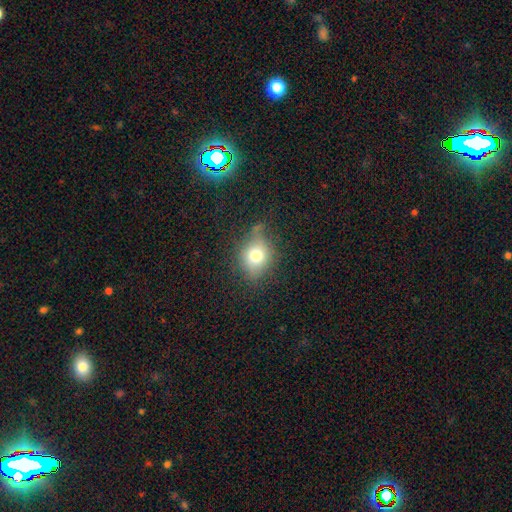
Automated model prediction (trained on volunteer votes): This appears to be a smooth galaxy with no disk features (72%) that is round (62%). Merging: none (64%).